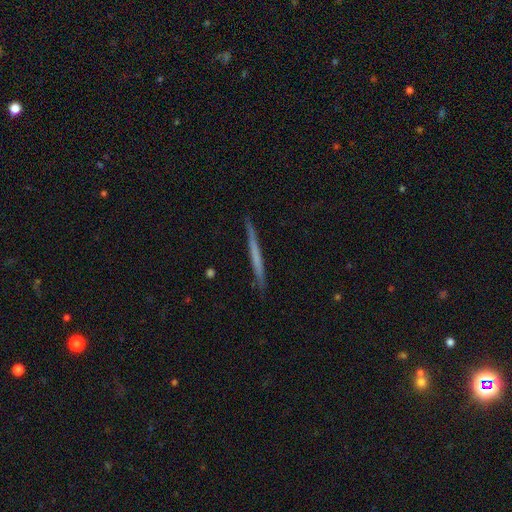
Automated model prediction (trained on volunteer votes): featured or disk 48%, smooth 46%, star or artifact 6%. Down the decision tree: merging — none (90%).